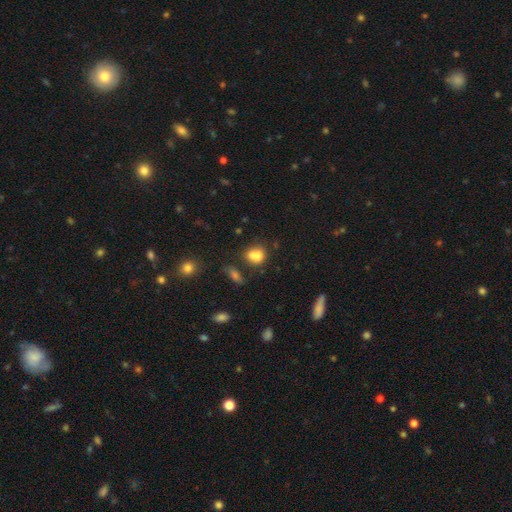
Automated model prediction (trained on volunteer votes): smooth-or-featured: smooth: 75% | featured or disk: 13% | star or artifact: 12%
  how-rounded: round: 52% | in between: 46% | cigar-shaped: 2%
  merging: merger: 46% | none: 36% | minor disturbance: 13% | major disturbance: 6%